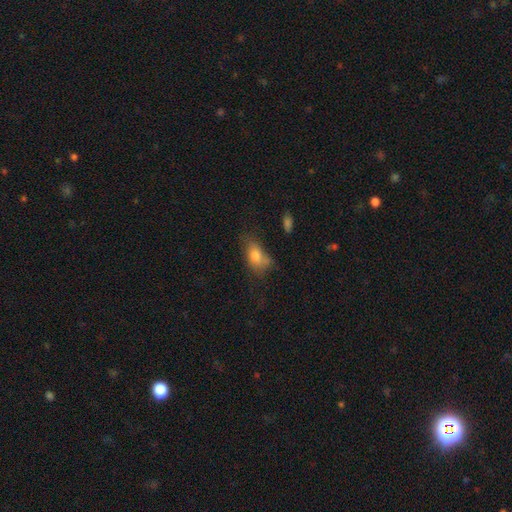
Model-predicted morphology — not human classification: Overall: smooth (76%). How rounded: in between (85%). Merging: none (45%; minor disturbance 31%).